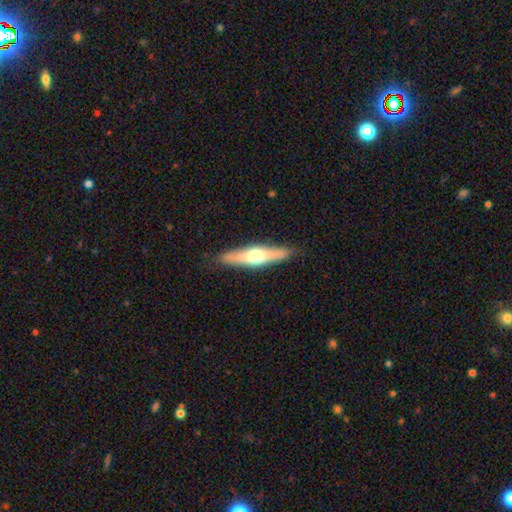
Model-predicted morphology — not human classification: A featured or disk galaxy (55%) viewed edge-on (92%) with a rounded central bulge (93%).

Vote fractions:
- Smooth or featured? featured or disk: 55% / smooth: 39% / star or artifact: 5%
- Edge-on disk? yes: 92% / no: 8%
- Edge-on bulge? rounded: 93% / none: 3% / boxy: 3%
- Merging? none: 88% / minor disturbance: 9% / major disturbance: 2% / merger: 1%